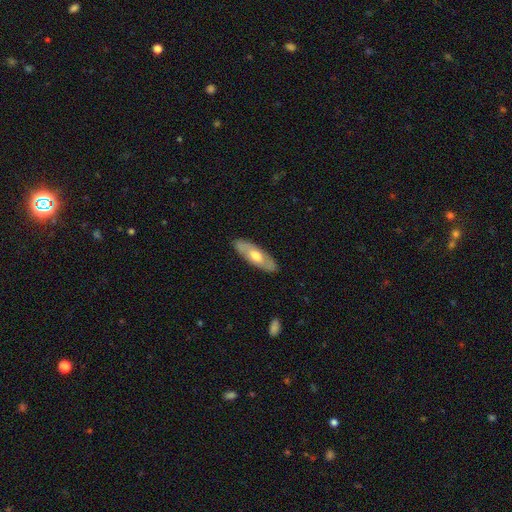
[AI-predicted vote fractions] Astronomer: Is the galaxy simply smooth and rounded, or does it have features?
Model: smooth — 48% (runner-up: featured or disk, 47%).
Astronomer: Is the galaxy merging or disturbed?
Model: none — 86%.